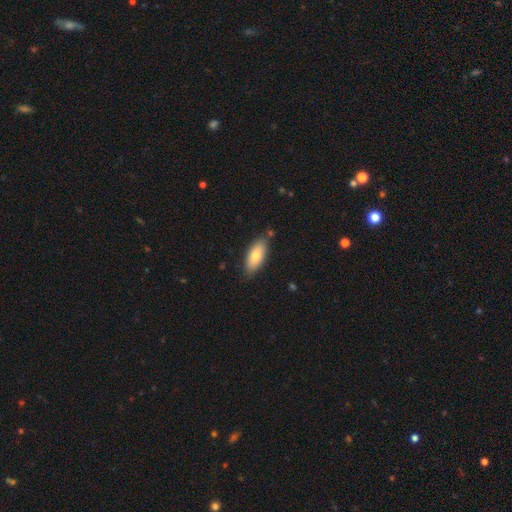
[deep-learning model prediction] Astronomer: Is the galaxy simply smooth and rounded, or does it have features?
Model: smooth — 78%.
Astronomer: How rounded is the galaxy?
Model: in between — 83%.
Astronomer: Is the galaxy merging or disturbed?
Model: none — 78%.